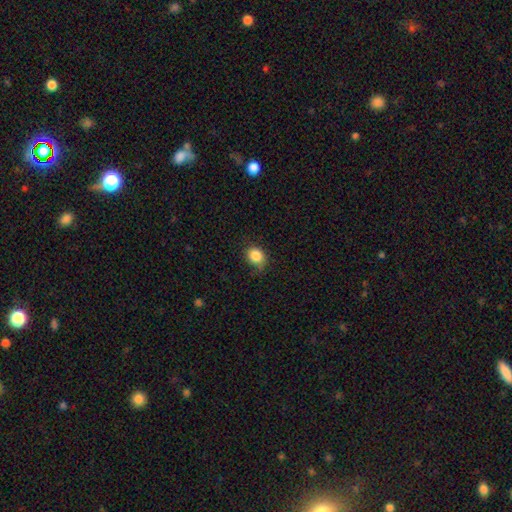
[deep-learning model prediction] Smooth or featured? Predicted: smooth (p=0.86). How rounded? Predicted: round (p=0.60). Merging? Predicted: none (p=0.69).